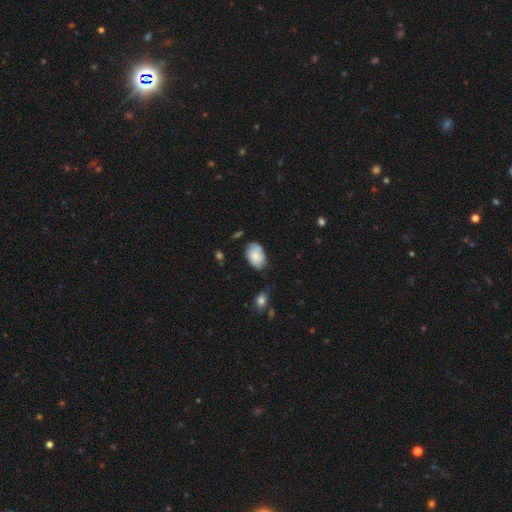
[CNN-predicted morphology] The model was most divided on "merging": none: 55%, minor disturbance: 33%, major disturbance: 7%, merger: 4%. More confident: how rounded — in between (85%); smooth or featured — smooth (68%).